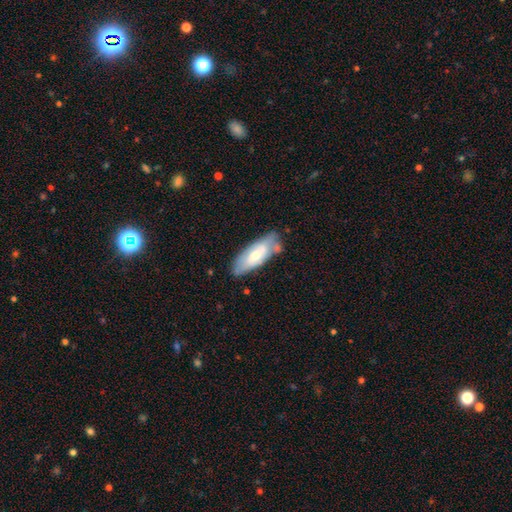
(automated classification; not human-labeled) Overall: smooth (53%; featured or disk 41%). How rounded: in between (73%). Merging: none (61%; minor disturbance 25%).